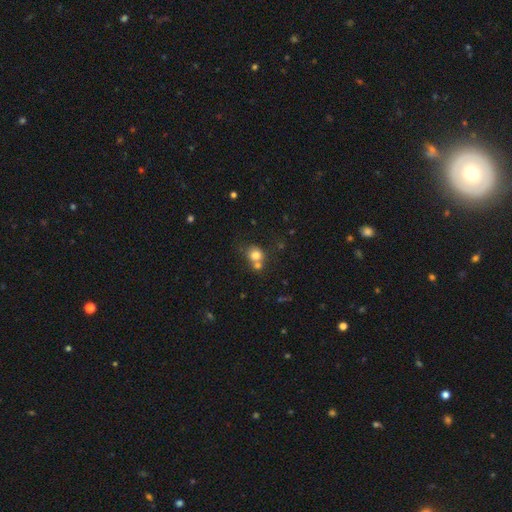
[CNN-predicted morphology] The model was most divided on "merging": none: 45%, merger: 41%, minor disturbance: 10%, major disturbance: 4%. More confident: smooth or featured — smooth (78%); how rounded — round (76%).